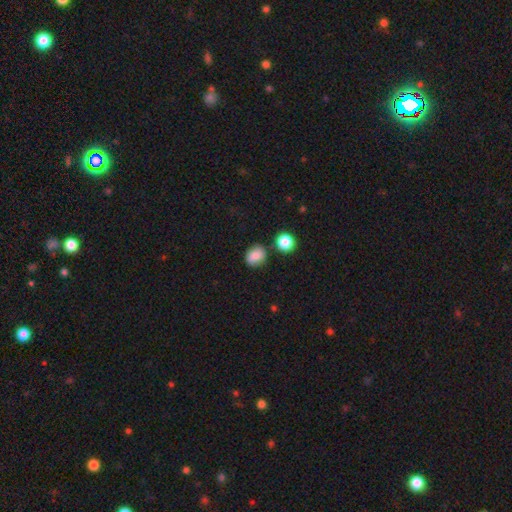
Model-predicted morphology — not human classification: smooth-or-featured: smooth: 82% | star or artifact: 10% | featured or disk: 8%
  how-rounded: round: 58% | in between: 41% | cigar-shaped: 1%
  merging: none: 75% | minor disturbance: 15% | merger: 6% | major disturbance: 3%